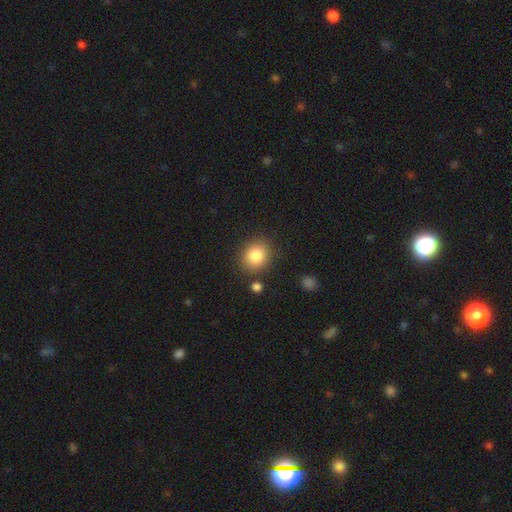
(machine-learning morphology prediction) The model was most divided on "how rounded": round: 70%, in between: 29%, cigar-shaped: 1%. More confident: smooth or featured — smooth (84%); merging — none (82%).